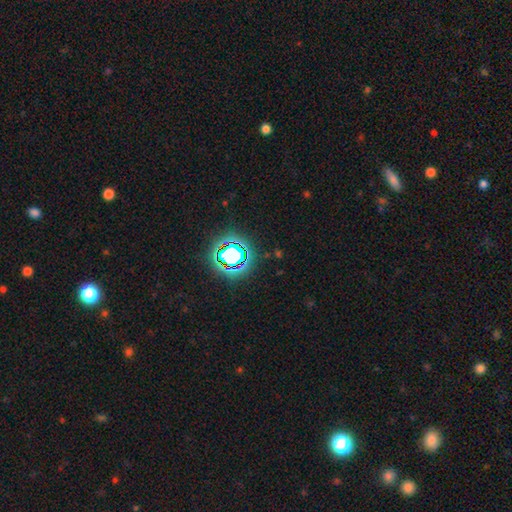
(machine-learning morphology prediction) Q: Smooth or featured?
A: star or artifact (72%); runner-up: smooth (19%)